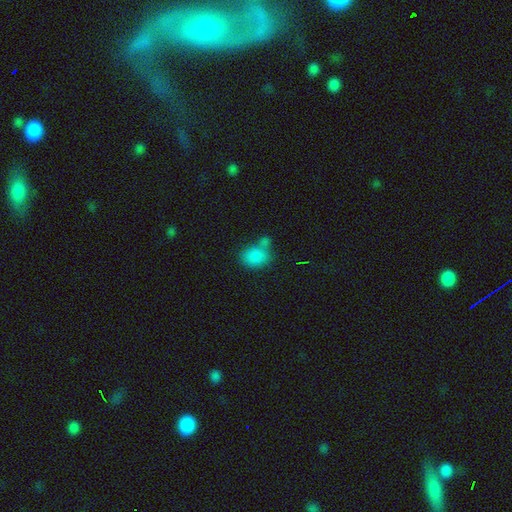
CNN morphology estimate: A smooth galaxy with no disk features (83%) that is in between round and cigar-shaped (62%). Merging: none (45%).